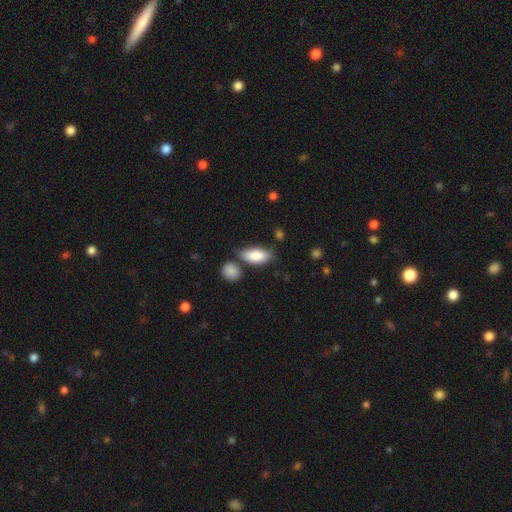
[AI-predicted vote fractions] The model was most divided on "merging": none: 65%, minor disturbance: 17%, merger: 13%, major disturbance: 5%. More confident: how rounded — in between (87%); smooth or featured — smooth (86%).